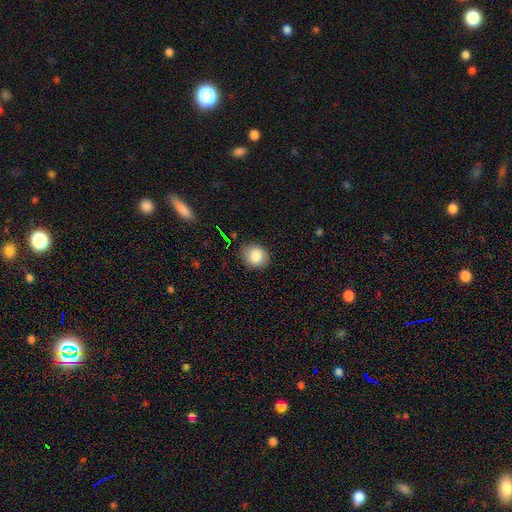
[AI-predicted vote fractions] A smooth galaxy with no disk features (83%) that is round (56%).

Vote fractions:
- Smooth or featured? smooth: 83% / star or artifact: 9% / featured or disk: 8%
- How rounded? round: 56% / in between: 43% / cigar-shaped: 1%
- Merging? none: 83% / minor disturbance: 13% / major disturbance: 3% / merger: 1%